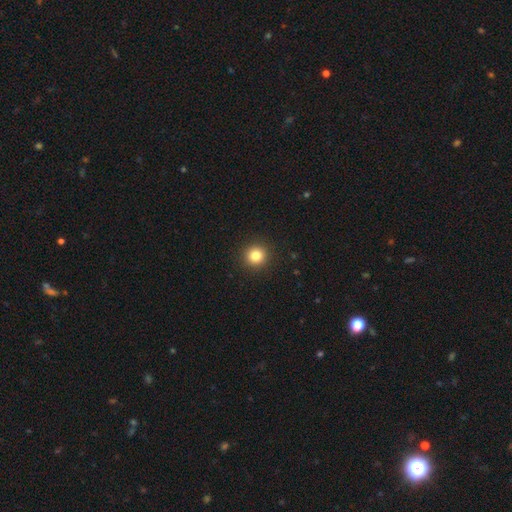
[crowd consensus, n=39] This appears to be a smooth galaxy with no disk features (85%) that is round (97%). Merging: none (91%).